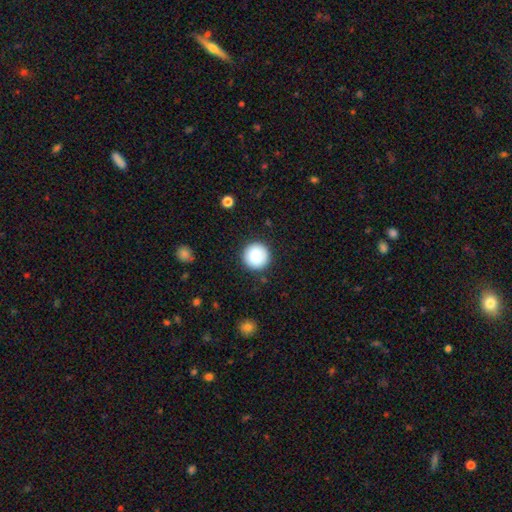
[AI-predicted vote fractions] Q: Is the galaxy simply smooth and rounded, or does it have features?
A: smooth — 82%.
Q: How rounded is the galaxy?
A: round — 96%.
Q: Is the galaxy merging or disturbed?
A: none — 91%.